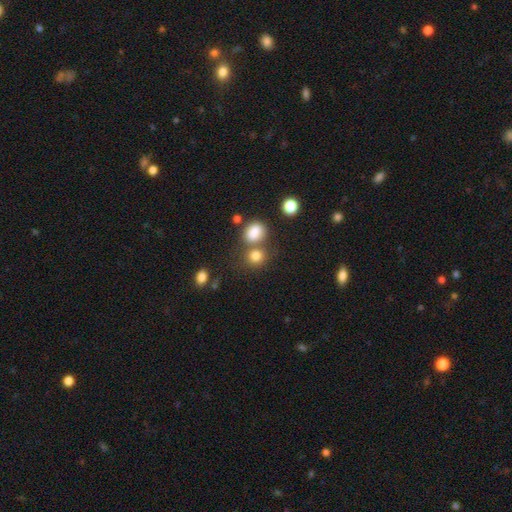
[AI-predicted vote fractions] This appears to be a smooth galaxy with no disk features (81%) that is round (76%). Merging: none (56%).